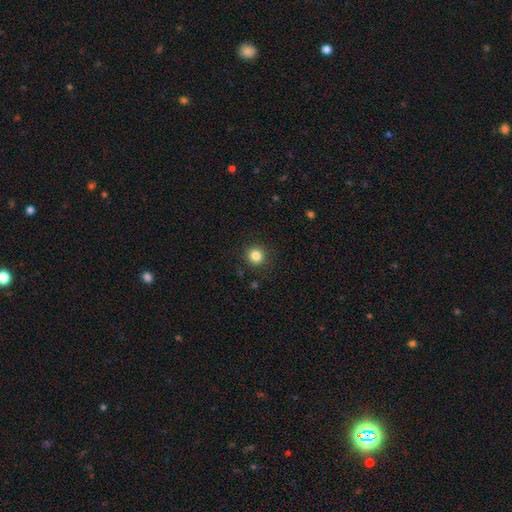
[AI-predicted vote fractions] A smooth galaxy with no disk features (84%) that is round (94%).

Vote fractions:
- Smooth or featured? smooth: 84% / star or artifact: 12% / featured or disk: 5%
- How rounded? round: 94% / in between: 6% / cigar-shaped: 1%
- Merging? none: 91% / minor disturbance: 6% / major disturbance: 2% / merger: 1%